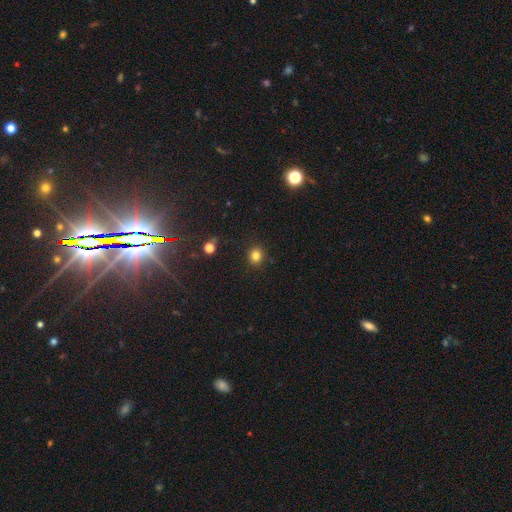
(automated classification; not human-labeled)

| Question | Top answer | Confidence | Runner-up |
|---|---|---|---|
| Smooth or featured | smooth | 81% | star or artifact (14%) |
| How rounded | round | 84% | in between (15%) |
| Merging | none | 90% | minor disturbance (7%) |